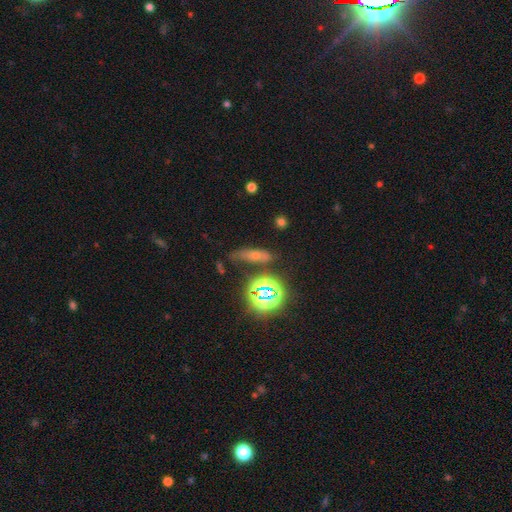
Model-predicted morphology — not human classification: Smooth or featured?
  - smooth: 50% *
  - star or artifact: 29%
  - featured or disk: 20%
How rounded?
  - cigar-shaped: 51% *
  - in between: 40%
  - round: 9%
Merging?
  - none: 66% *
  - minor disturbance: 20%
  - major disturbance: 8%
  - merger: 6%